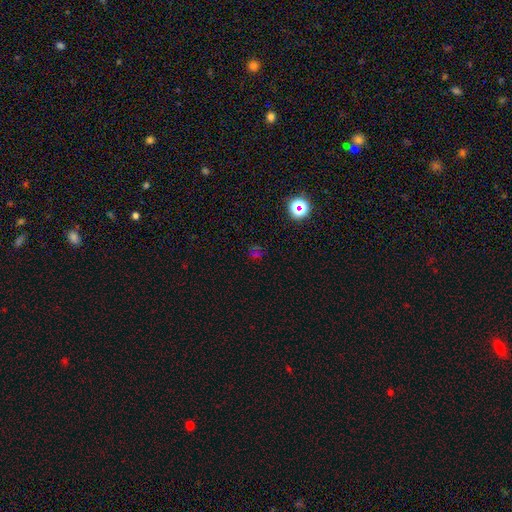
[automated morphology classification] type=star or artifact (54%).